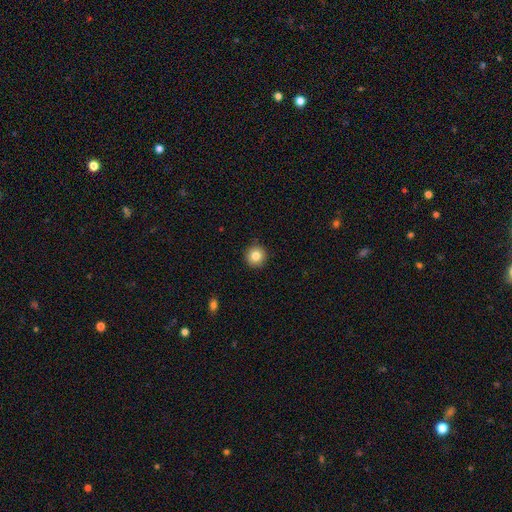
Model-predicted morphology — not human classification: This appears to be a smooth galaxy with no disk features (83%) that is round (95%). Merging: none (92%).